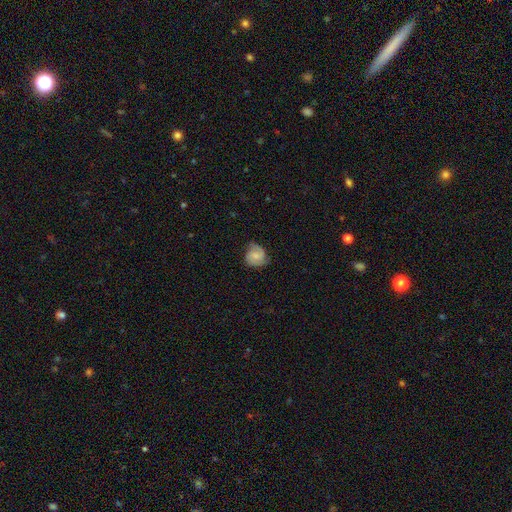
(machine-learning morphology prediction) featured or disk 62%, smooth 31%, star or artifact 7%. Down the decision tree: edge-on disk — no (98%); bar — no (47%); spiral arms — yes (94%); spiral arm count — 2 (76%); spiral winding — medium (45%); bulge size — small (44%); merging — none (66%).